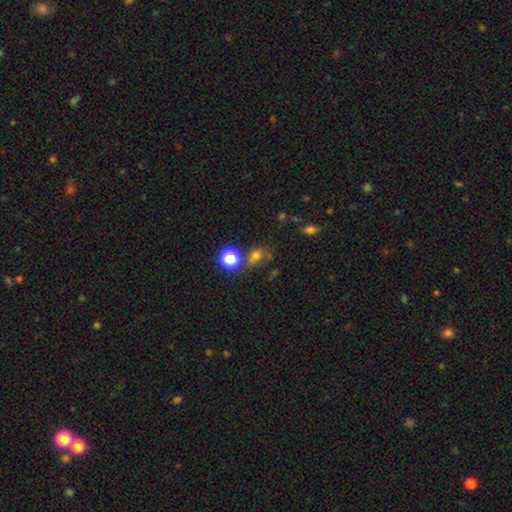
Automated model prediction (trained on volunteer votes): Smooth or featured: smooth — 62% (star or artifact — 28%)
How rounded: round — 66% (in between — 32%)
Merging: none — 57% (merger — 20%)